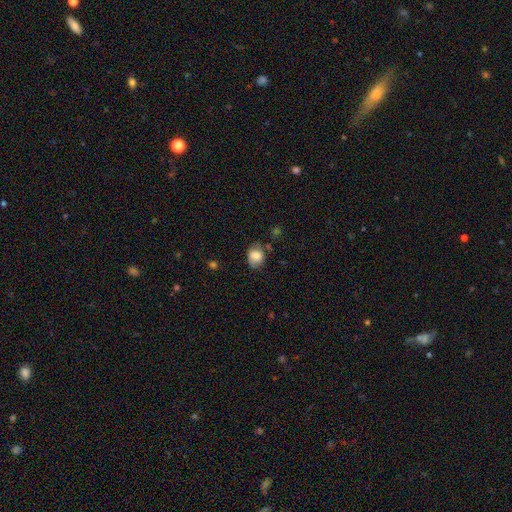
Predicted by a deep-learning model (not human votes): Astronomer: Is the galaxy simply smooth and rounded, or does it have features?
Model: smooth — 76%.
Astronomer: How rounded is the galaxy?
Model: in between — 54% (runner-up: round, 45%).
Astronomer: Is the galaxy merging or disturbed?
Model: none — 59%.